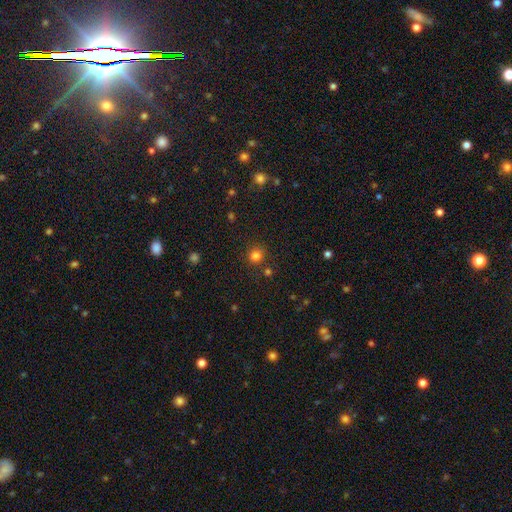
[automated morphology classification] smooth 80%, star or artifact 15%, featured or disk 5%. Down the decision tree: how rounded — round (87%); merging — none (83%).